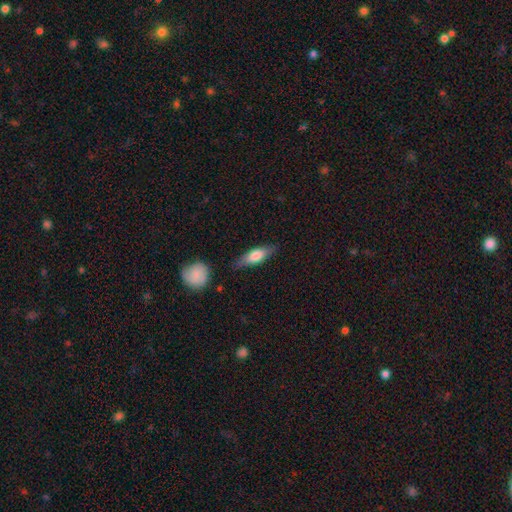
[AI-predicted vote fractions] smooth-or-featured: smooth: 61% | featured or disk: 33% | star or artifact: 6%
  how-rounded: in between: 50% | cigar-shaped: 47% | round: 3%
  merging: none: 77% | minor disturbance: 16% | major disturbance: 4% | merger: 3%